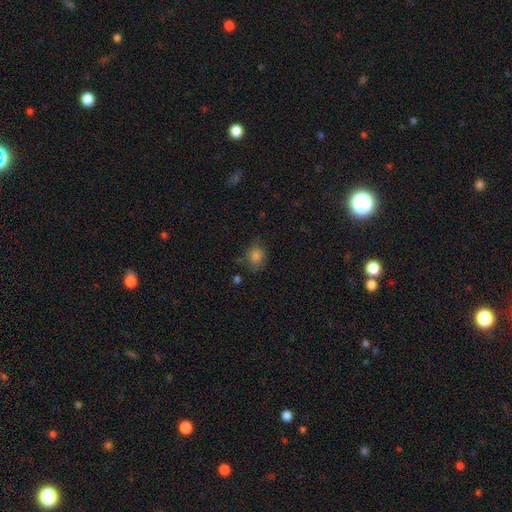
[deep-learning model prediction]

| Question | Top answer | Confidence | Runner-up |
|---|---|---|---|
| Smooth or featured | smooth | 80% | star or artifact (14%) |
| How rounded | round | 61% | in between (38%) |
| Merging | none | 72% | minor disturbance (18%) |